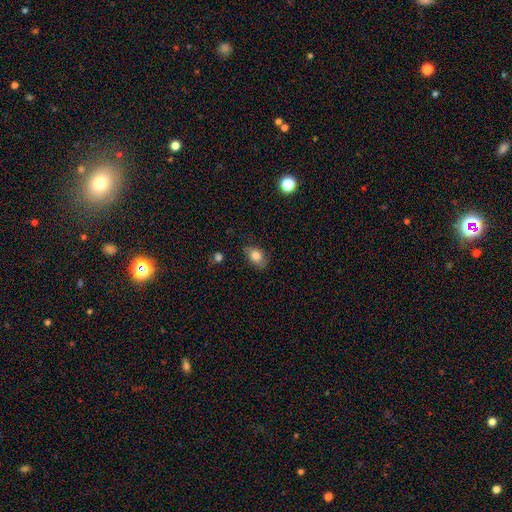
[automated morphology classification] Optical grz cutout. It shows a smooth galaxy with no disk features (78%) that is in between round and cigar-shaped (83%). Merging: none (75%).